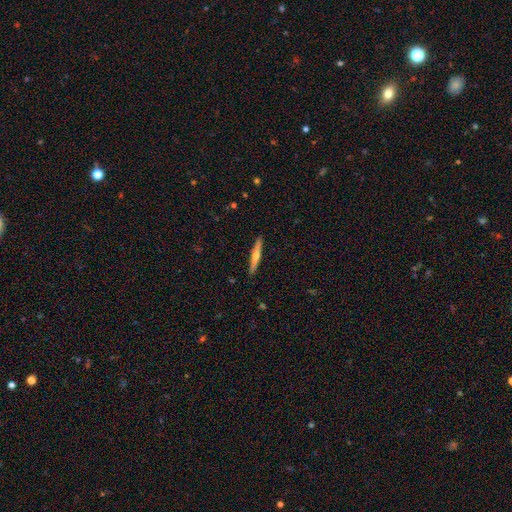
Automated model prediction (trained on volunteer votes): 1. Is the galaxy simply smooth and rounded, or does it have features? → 57% featured or disk, 37% smooth, 6% star or artifact.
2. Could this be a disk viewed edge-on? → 97% yes, 3% no.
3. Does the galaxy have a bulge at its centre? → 87% rounded, 9% none, 3% boxy.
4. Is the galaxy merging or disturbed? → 91% none, 7% minor disturbance, 1% major disturbance, 1% merger.